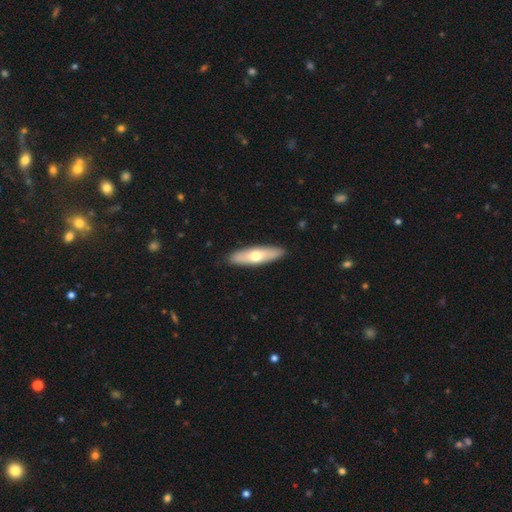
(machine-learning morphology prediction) type=smooth (57%); roundness=cigar-shaped (63%); merging=none (90%).